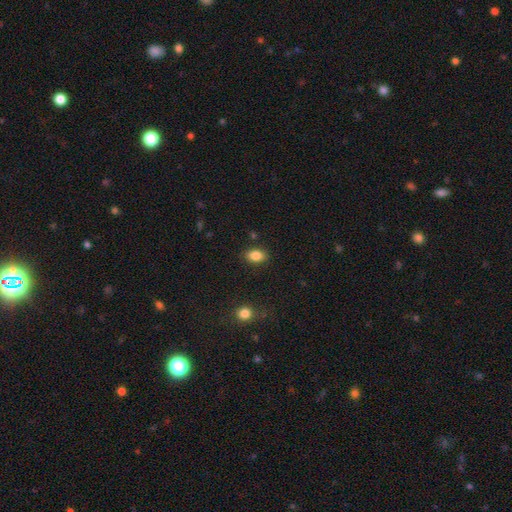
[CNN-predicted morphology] Smooth or featured? smooth (86%)
How rounded? in between (85%)
Merging? none (87%)